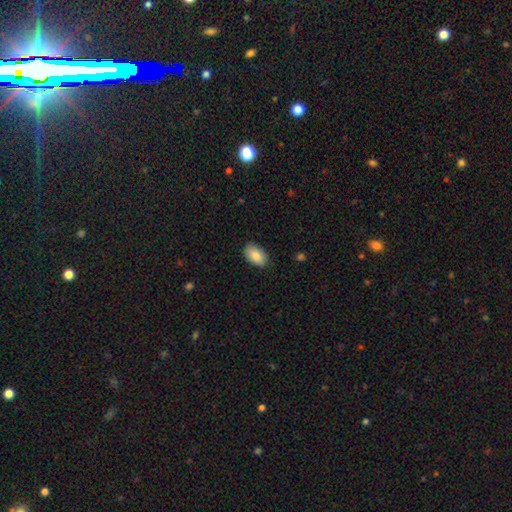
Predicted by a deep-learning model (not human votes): This appears to be a smooth galaxy with no disk features (86%) that is in between round and cigar-shaped (93%). Merging: none (85%).